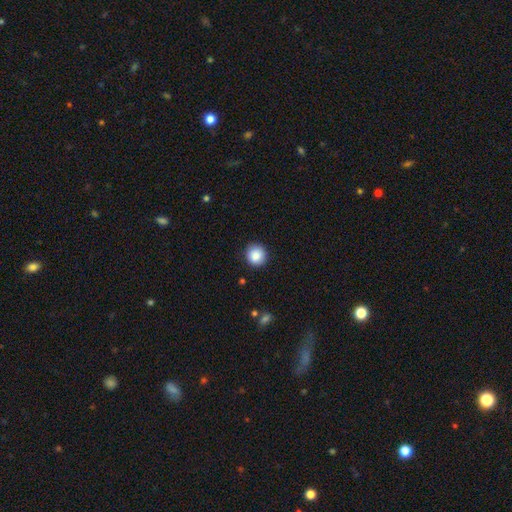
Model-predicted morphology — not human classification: smooth_or_featured: smooth (p=0.87) [alt: star or artifact p=0.09]
how_rounded: round (p=0.94) [alt: in between p=0.05]
merging: none (p=0.90) [alt: minor disturbance p=0.07]